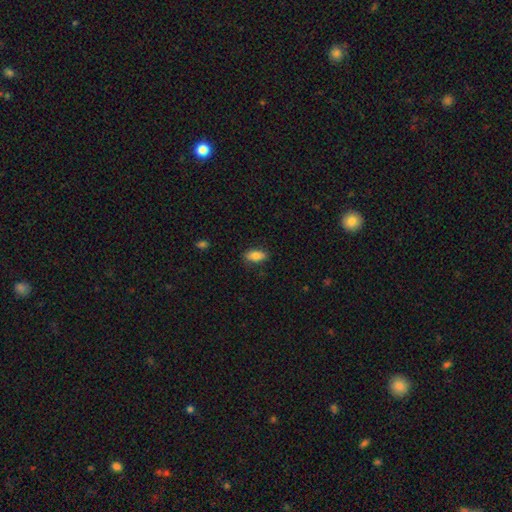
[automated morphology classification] type=smooth (84%); roundness=in between (89%); merging=none (83%).